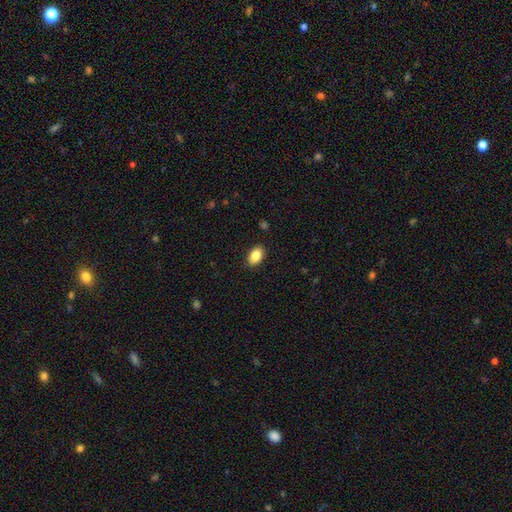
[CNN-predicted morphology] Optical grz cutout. It shows a smooth galaxy with no disk features (85%) that is in between round and cigar-shaped (89%). Merging: none (88%).